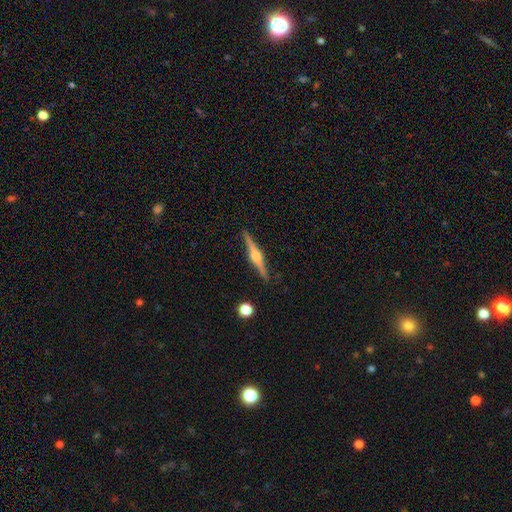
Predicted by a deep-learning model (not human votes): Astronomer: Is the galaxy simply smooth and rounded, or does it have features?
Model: featured or disk — 83%.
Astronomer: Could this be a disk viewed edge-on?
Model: yes — 98%.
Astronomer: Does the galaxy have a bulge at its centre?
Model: rounded — 88%.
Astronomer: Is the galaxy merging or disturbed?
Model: none — 91%.